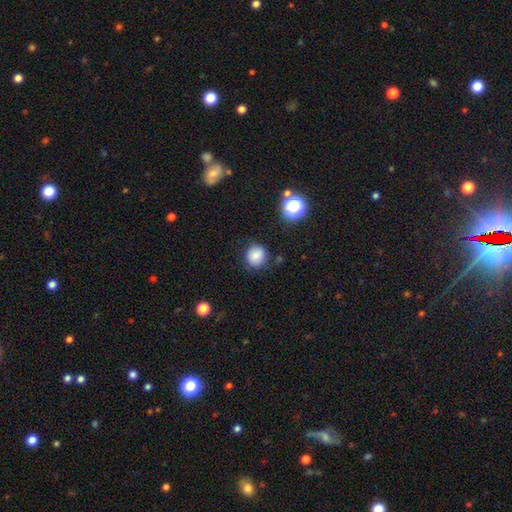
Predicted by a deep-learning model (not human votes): Smooth or featured: smooth — 81% (star or artifact — 12%)
How rounded: round — 87% (in between — 12%)
Merging: none — 81% (minor disturbance — 13%)